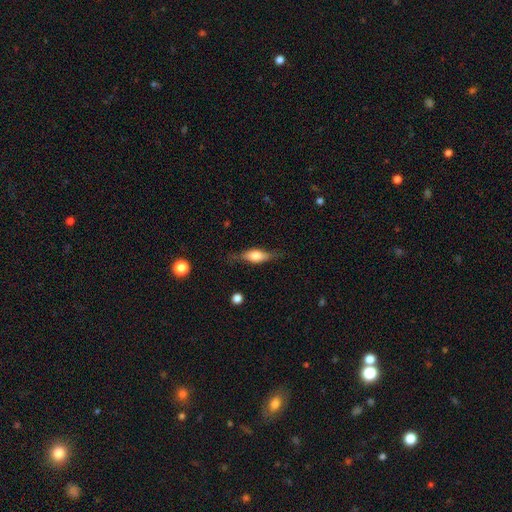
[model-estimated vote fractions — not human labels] Smooth or featured? Predicted: smooth (p=0.47). Merging? Predicted: none (p=0.72).